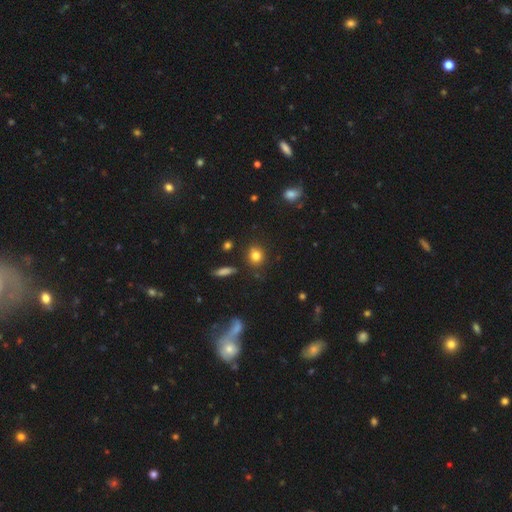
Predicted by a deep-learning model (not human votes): smooth-or-featured: smooth: 82% | star or artifact: 11% | featured or disk: 7%
  how-rounded: round: 75% | in between: 23% | cigar-shaped: 2%
  merging: none: 84% | minor disturbance: 10% | major disturbance: 3% | merger: 3%